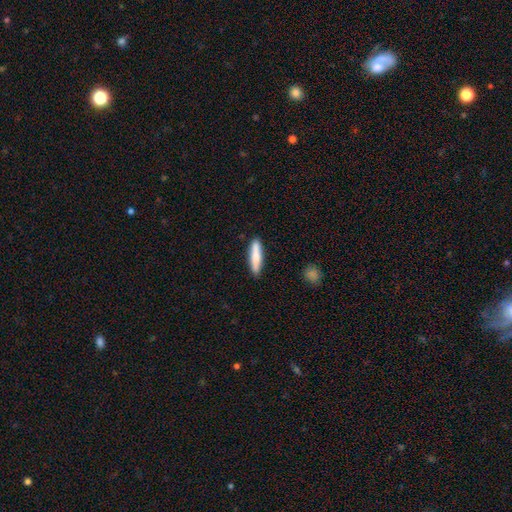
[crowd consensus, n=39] This is clearly a smooth galaxy (85%). How rounded: clearly cigar-shaped (91%). Merging: clearly none (95%).